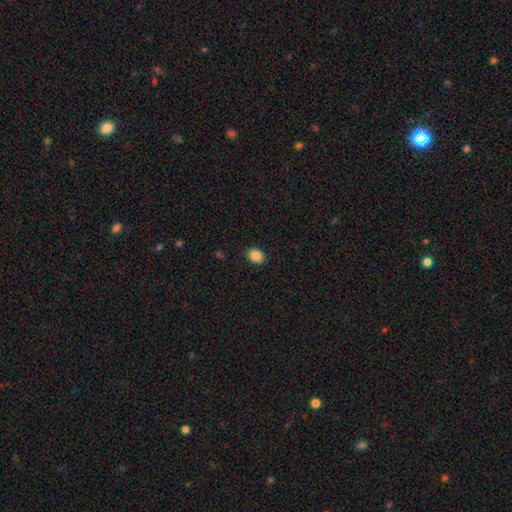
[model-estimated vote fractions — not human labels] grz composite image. It shows a smooth galaxy with no disk features (86%) that is in between round and cigar-shaped (65%). Merging: none (89%).